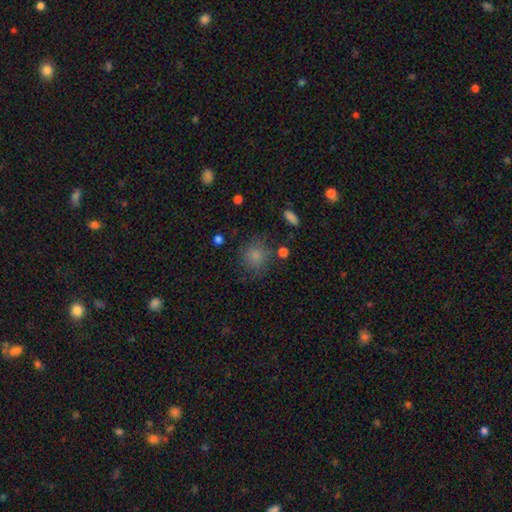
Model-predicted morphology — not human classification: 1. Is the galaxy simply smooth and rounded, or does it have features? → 80% smooth, 12% star or artifact, 8% featured or disk.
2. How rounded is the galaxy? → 82% round, 17% in between, 1% cigar-shaped.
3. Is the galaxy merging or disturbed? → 71% none, 17% minor disturbance, 8% major disturbance, 4% merger.